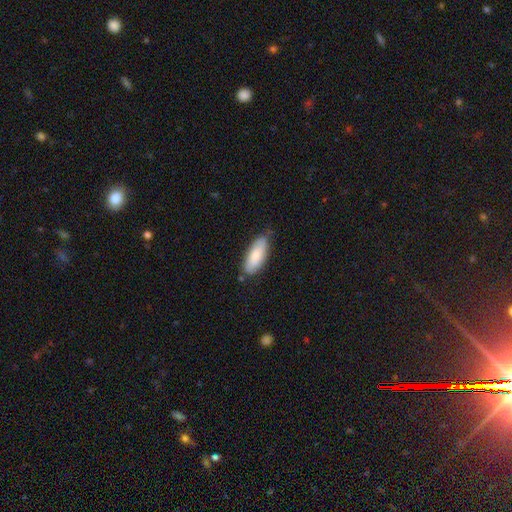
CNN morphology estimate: smooth 81%, featured or disk 13%, star or artifact 6%. Down the decision tree: how rounded — in between (79%); merging — none (72%).